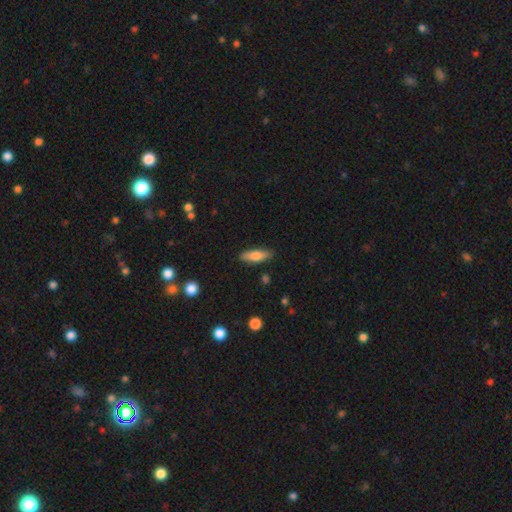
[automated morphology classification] Smooth or featured? Predicted: smooth (p=0.72). How rounded? Predicted: in between (p=0.52). Merging? Predicted: none (p=0.85).